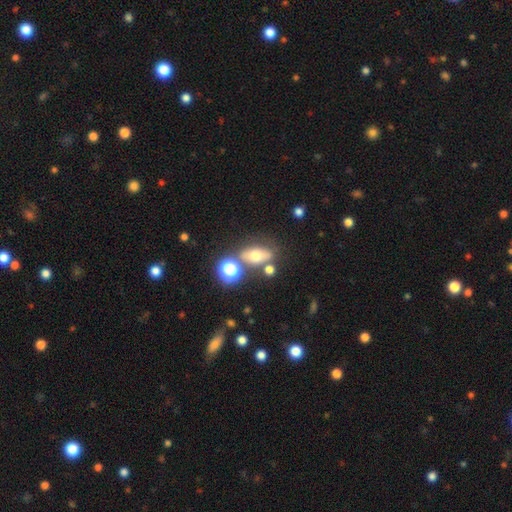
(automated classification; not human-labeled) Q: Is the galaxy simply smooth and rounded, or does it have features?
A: smooth — 57%.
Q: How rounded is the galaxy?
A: in between — 68%.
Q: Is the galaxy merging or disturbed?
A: none — 62%.